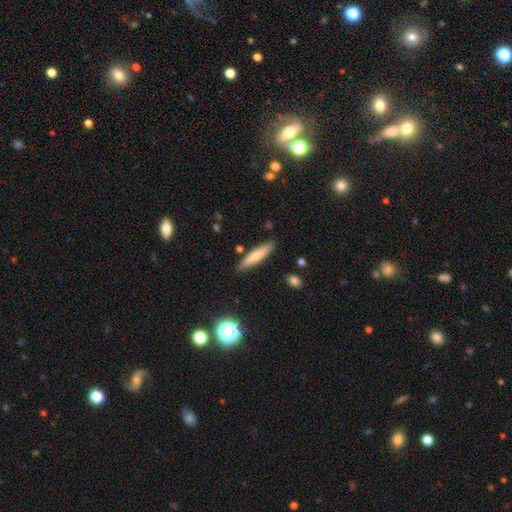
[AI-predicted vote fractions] Q: Smooth or featured?
A: smooth (70%); runner-up: featured or disk (24%)
Q: How rounded?
A: cigar-shaped (84%); runner-up: in between (15%)
Q: Merging?
A: none (86%); runner-up: minor disturbance (10%)